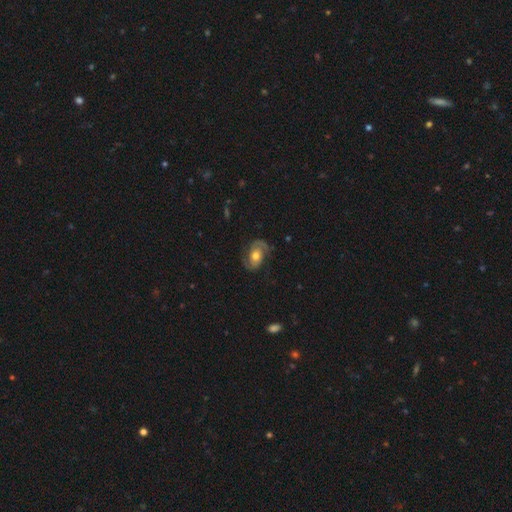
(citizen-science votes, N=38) This appears to be a featured or disk galaxy (79%) with no bar (64%), 2 (96%) medium (48%) spiral arms (96%) and a moderate central bulge (75%). Merging: none (91%).